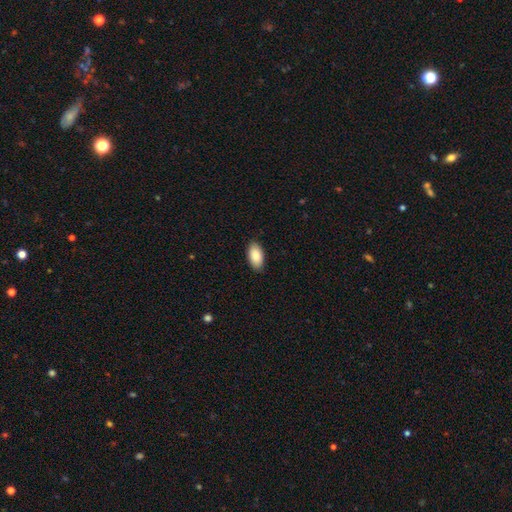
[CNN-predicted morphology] A smooth galaxy with no disk features (89%) that is in between round and cigar-shaped (95%). Merging: none (88%).